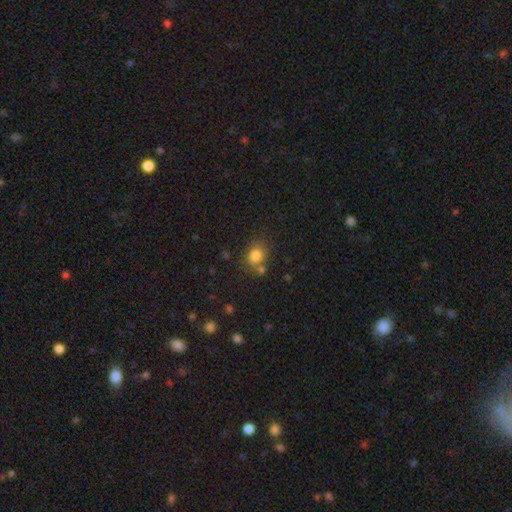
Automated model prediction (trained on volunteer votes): smooth 80%, star or artifact 12%, featured or disk 8%. Down the decision tree: how rounded — round (58%); merging — none (62%).